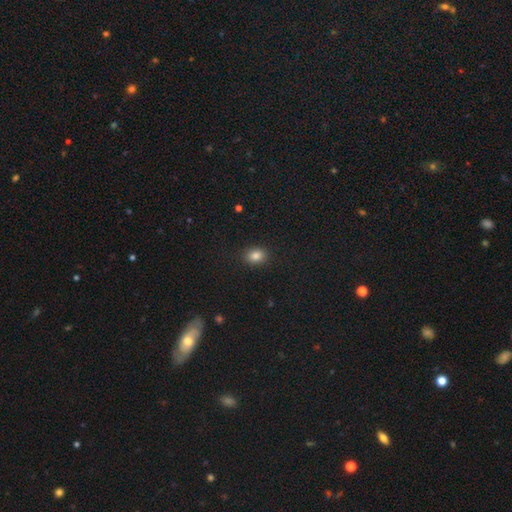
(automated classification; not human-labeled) The model was most divided on "how rounded": in between: 61%, round: 38%, cigar-shaped: 1%. More confident: merging — none (89%); smooth or featured — smooth (84%).